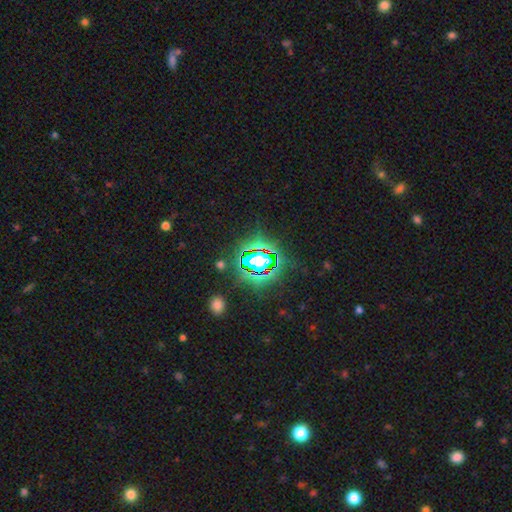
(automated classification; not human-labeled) Smooth or featured?
  - star or artifact: 82% *
  - smooth: 11%
  - featured or disk: 8%